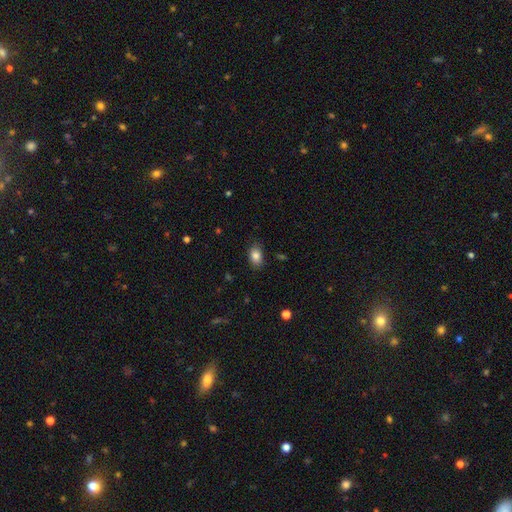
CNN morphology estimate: Overall: smooth (84%). How rounded: in between (82%). Merging: none (85%).